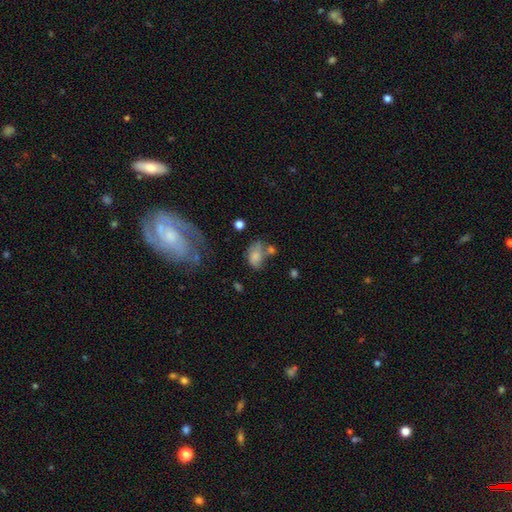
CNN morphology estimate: Smooth or featured: smooth — 69% (featured or disk — 20%)
How rounded: in between — 83% (round — 15%)
Merging: none — 31% (merger — 25%)